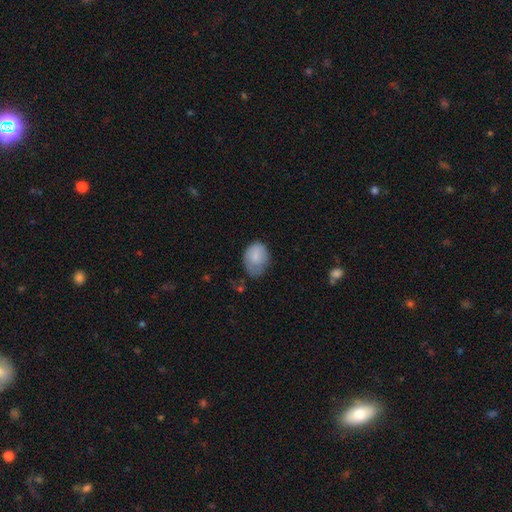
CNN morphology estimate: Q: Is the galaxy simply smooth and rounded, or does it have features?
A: smooth — 80%.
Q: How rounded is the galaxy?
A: in between — 69%.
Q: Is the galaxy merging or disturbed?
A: none — 40%.